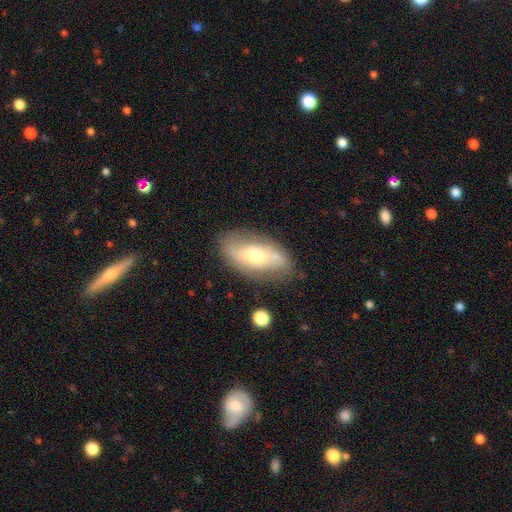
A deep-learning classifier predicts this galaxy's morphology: smooth 48%, featured or disk 44%, star or artifact 7%. Down the decision tree: merging — none (73%).